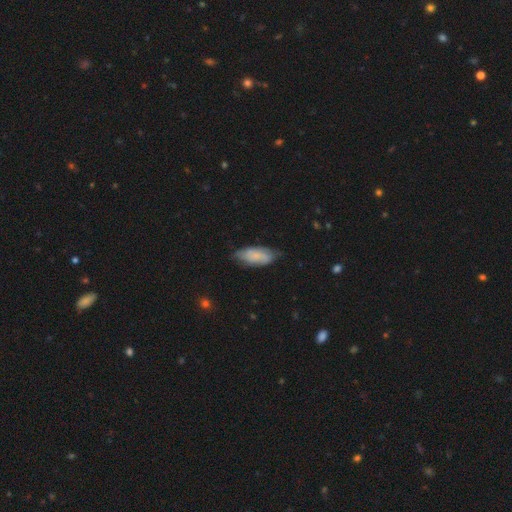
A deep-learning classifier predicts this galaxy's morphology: This is likely a smooth galaxy (64%). How rounded: clearly in between (85%). Merging: likely none (67%).